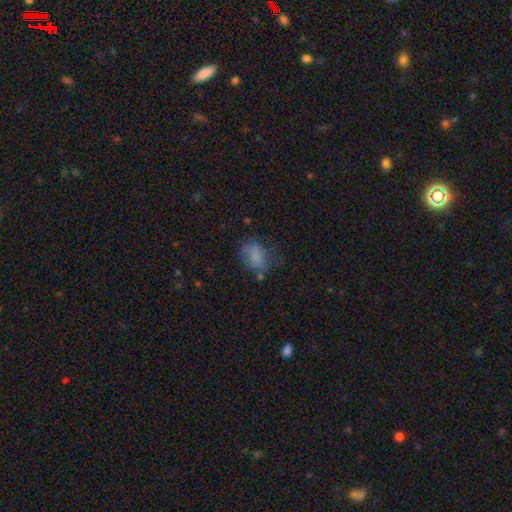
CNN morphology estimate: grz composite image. It shows a smooth galaxy with no disk features (70%) that is in between round and cigar-shaped (73%). Merging: none (46%).